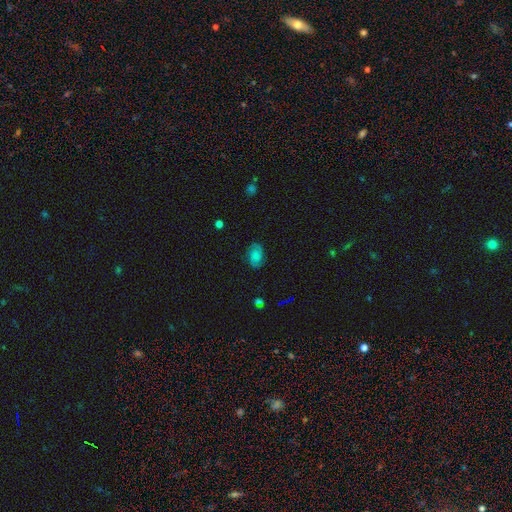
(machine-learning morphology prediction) Smooth or featured?
  - smooth: 54% *
  - featured or disk: 33%
  - star or artifact: 12%
How rounded?
  - in between: 83% *
  - round: 15%
  - cigar-shaped: 2%
Merging?
  - none: 79% *
  - minor disturbance: 15%
  - major disturbance: 5%
  - merger: 1%